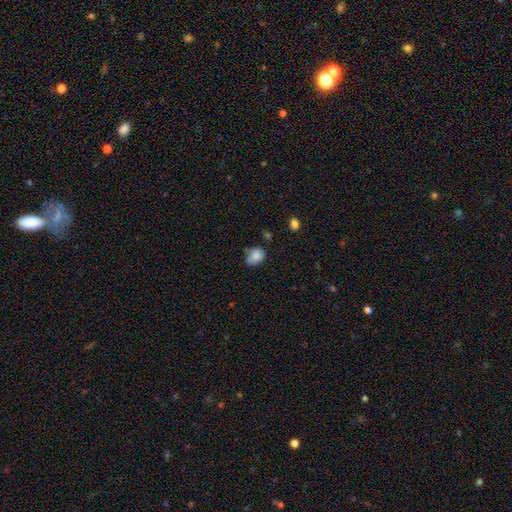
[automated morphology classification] Smooth or featured? smooth (86%)
How rounded? in between (66%)
Merging? none (58%)